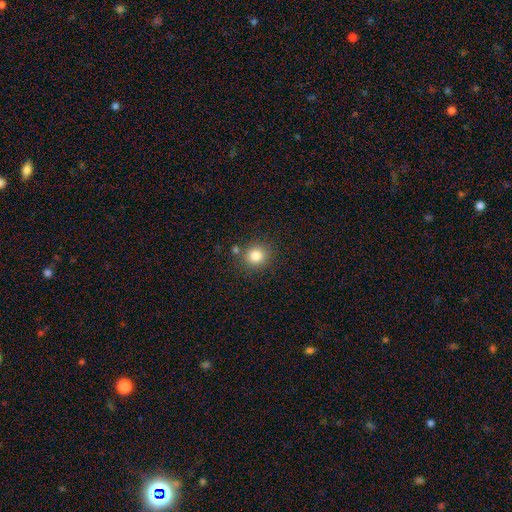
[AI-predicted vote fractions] This appears to be a smooth galaxy with no disk features (82%) that is round (90%). Merging: none (82%).